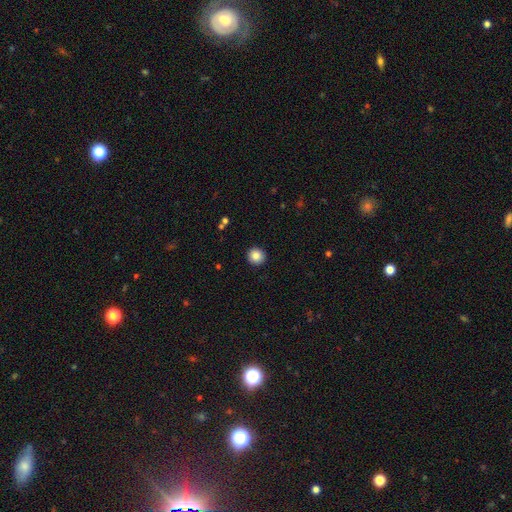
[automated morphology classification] Smooth or featured? Predicted: smooth (p=0.86). How rounded? Predicted: round (p=0.94). Merging? Predicted: none (p=0.93).